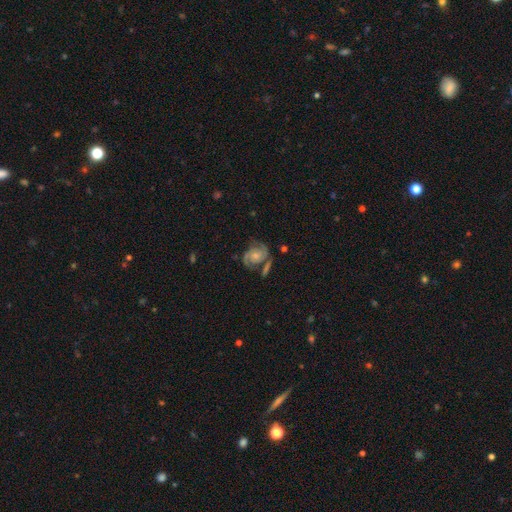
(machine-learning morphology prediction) A featured or disk galaxy (80%) with no bar (69%), 2 (79%) medium (44%) spiral arms (95%) and a small central bulge (49%).

Vote fractions:
- Smooth or featured? featured or disk: 80% / smooth: 13% / star or artifact: 7%
- Edge-on disk? no: 98% / yes: 2%
- Bar? no: 69% / weak: 26% / strong: 5%
- Spiral arms? yes: 95% / no: 5%
- Spiral winding? medium: 44% / tight: 43% / loose: 13%
- Spiral arm count? 2: 79% / can't tell: 8% / 3: 7% / 1: 3% / 4: 2% / more than 4: 2%
- Bulge size? small: 49% / moderate: 38% / none: 7% / large: 4% / dominant: 1%
- Merging? none: 58% / minor disturbance: 20% / major disturbance: 12% / merger: 10%